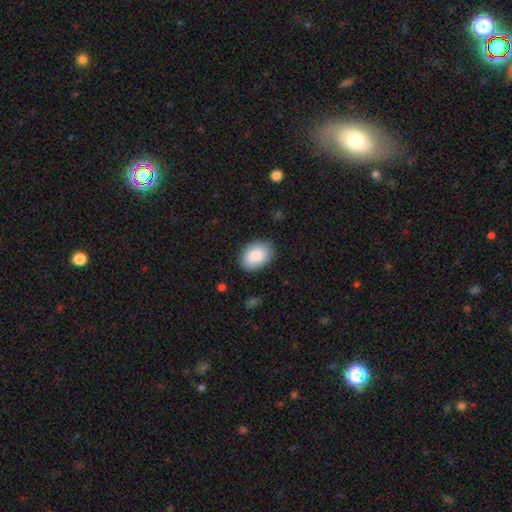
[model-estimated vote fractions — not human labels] Smooth or featured? Predicted: smooth (p=0.87). How rounded? Predicted: in between (p=0.85). Merging? Predicted: none (p=0.84).